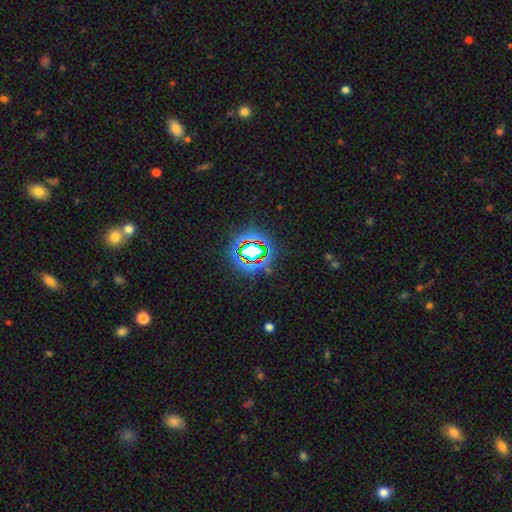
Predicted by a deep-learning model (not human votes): This appears to be a star or artifact, not a galaxy (70%).